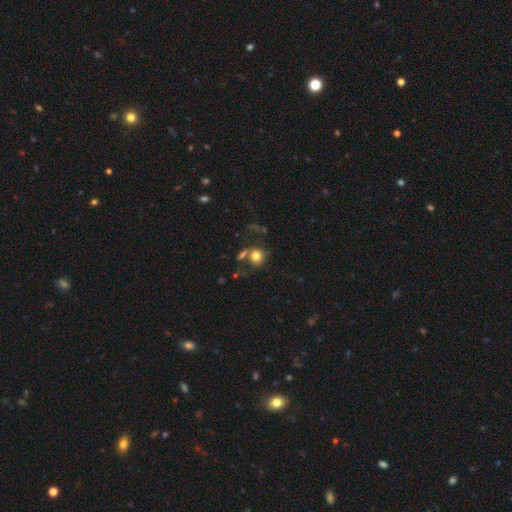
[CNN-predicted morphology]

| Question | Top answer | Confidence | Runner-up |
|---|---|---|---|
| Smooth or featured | smooth | 78% | featured or disk (12%) |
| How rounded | round | 81% | in between (18%) |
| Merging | none | 50% | merger (24%) |